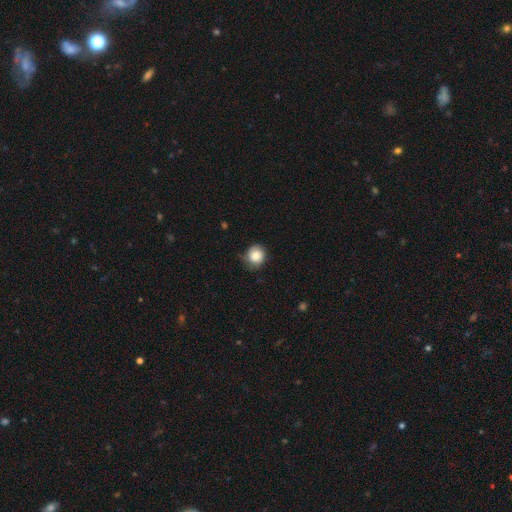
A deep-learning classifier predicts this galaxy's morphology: smooth 83%, featured or disk 9%, star or artifact 8%. Down the decision tree: how rounded — round (86%); merging — none (67%).